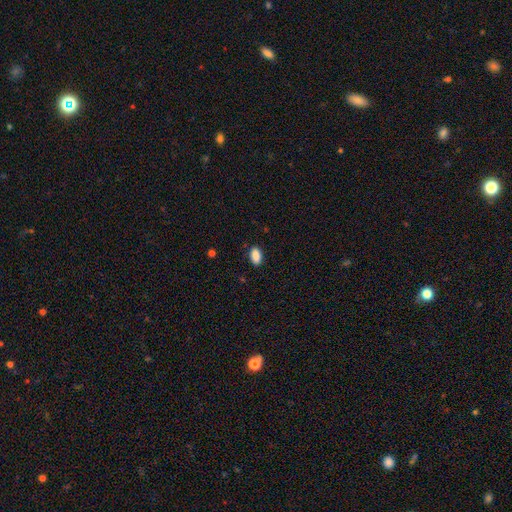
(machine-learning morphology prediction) smooth-or-featured: smooth: 89% | star or artifact: 8% | featured or disk: 3%
  how-rounded: in between: 92% | round: 5% | cigar-shaped: 4%
  merging: none: 87% | minor disturbance: 10% | major disturbance: 2% | merger: 1%